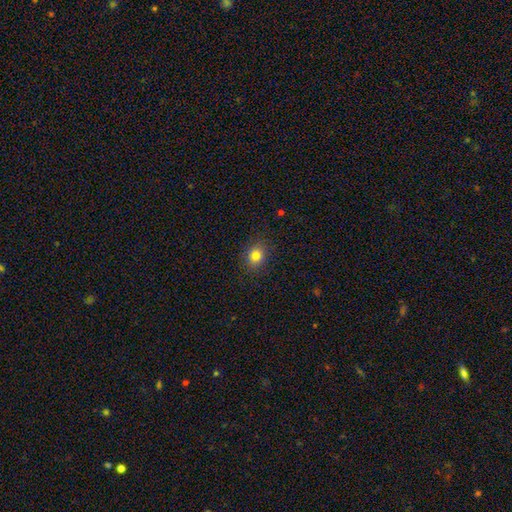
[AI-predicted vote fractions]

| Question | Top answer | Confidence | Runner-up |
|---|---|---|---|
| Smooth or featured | smooth | 81% | star or artifact (12%) |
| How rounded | round | 71% | in between (28%) |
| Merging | none | 88% | minor disturbance (8%) |